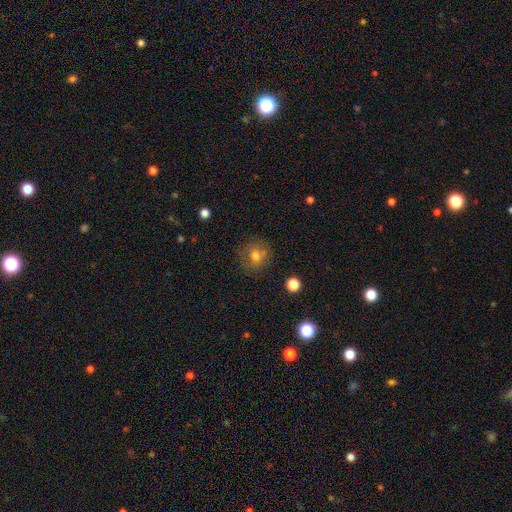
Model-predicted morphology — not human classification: Smooth or featured? Predicted: smooth (p=0.71). How rounded? Predicted: round (p=0.83). Merging? Predicted: none (p=0.75).